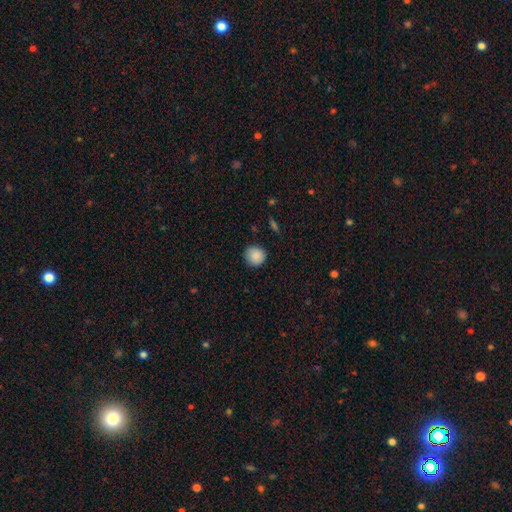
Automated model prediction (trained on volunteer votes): The model was most divided on "merging": none: 85%, minor disturbance: 12%, major disturbance: 2%, merger: 1%. More confident: how rounded — round (91%); smooth or featured — smooth (86%).